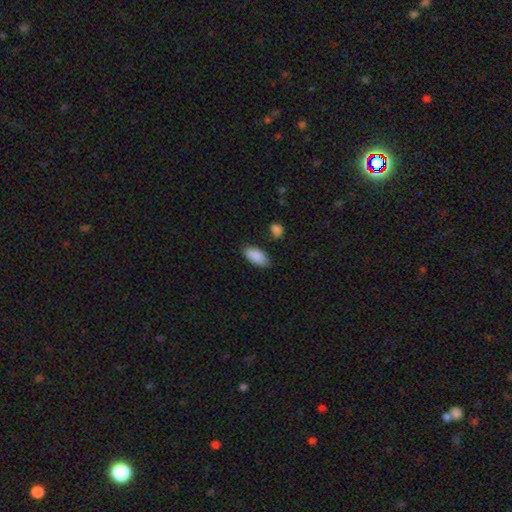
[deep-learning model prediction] Q: Smooth or featured?
A: smooth (90%); runner-up: star or artifact (6%)
Q: How rounded?
A: in between (92%); runner-up: cigar-shaped (6%)
Q: Merging?
A: none (82%); runner-up: minor disturbance (13%)